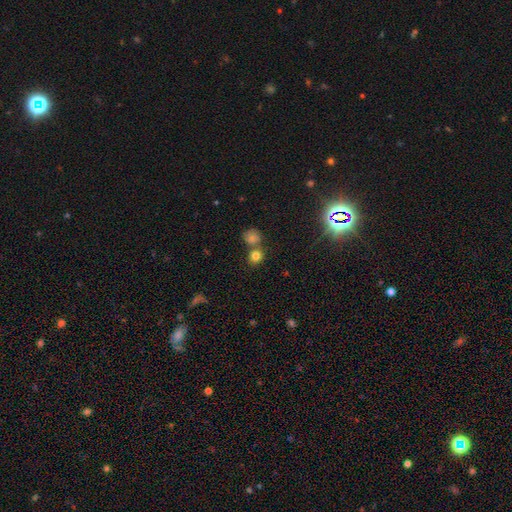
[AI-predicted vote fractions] The model was most divided on "merging": none: 59%, merger: 30%, minor disturbance: 8%, major disturbance: 3%. More confident: how rounded — round (81%); smooth or featured — smooth (77%).